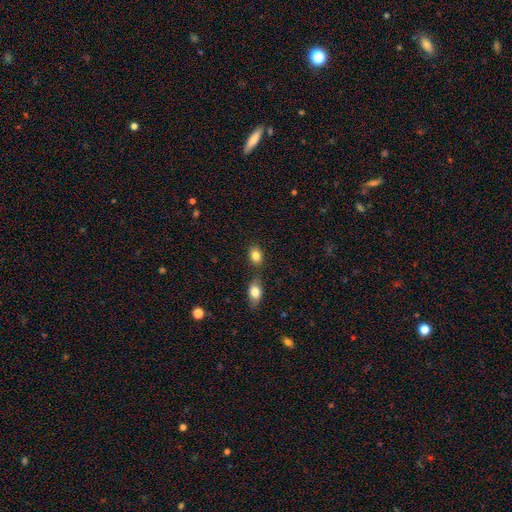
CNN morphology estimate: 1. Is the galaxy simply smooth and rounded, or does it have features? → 83% smooth, 9% star or artifact, 8% featured or disk.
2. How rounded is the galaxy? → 69% in between, 30% round, 2% cigar-shaped.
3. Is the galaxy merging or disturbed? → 64% none, 21% merger, 12% minor disturbance, 3% major disturbance.